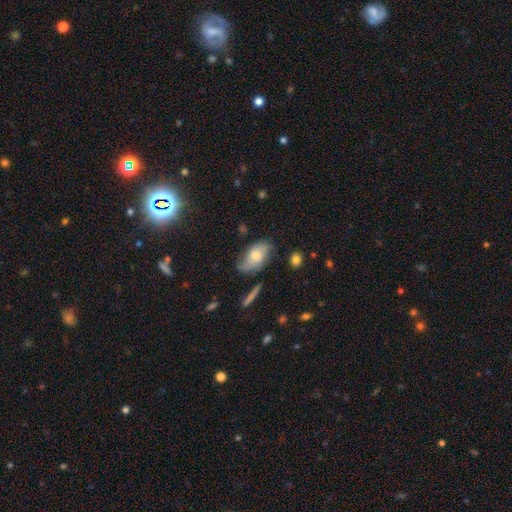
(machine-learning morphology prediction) smooth_or_featured: smooth (p=0.54) [alt: featured or disk p=0.38]
how_rounded: in between (p=0.91) [alt: round p=0.06]
merging: none (p=0.61) [alt: minor disturbance p=0.27]